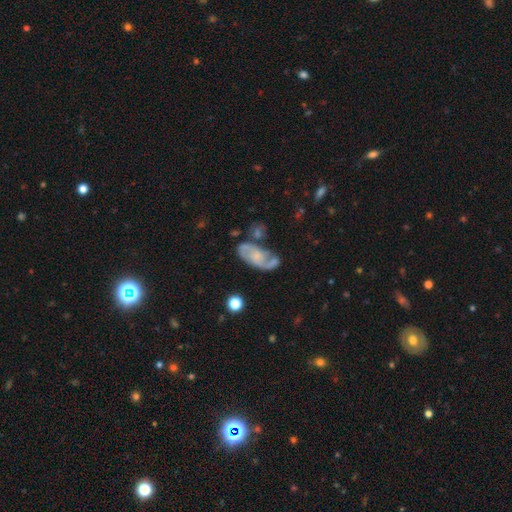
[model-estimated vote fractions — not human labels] Smooth or featured: featured or disk — 70% (smooth — 23%)
Edge-on disk: no — 95% (yes — 5%)
Bar: no — 62% (weak — 32%)
Spiral arms: yes — 87% (no — 13%)
Spiral winding: medium — 45% (loose — 34%)
Spiral arm count: 2 — 77% (can't tell — 11%)
Bulge size: small — 47% (none — 25%)
Merging: none — 46% (minor disturbance — 22%)